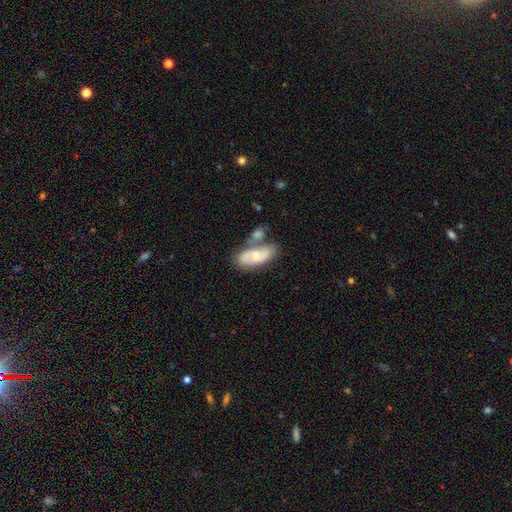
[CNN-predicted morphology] This appears to be a featured or disk galaxy (47%, tied with smooth). Merging: none (42%).